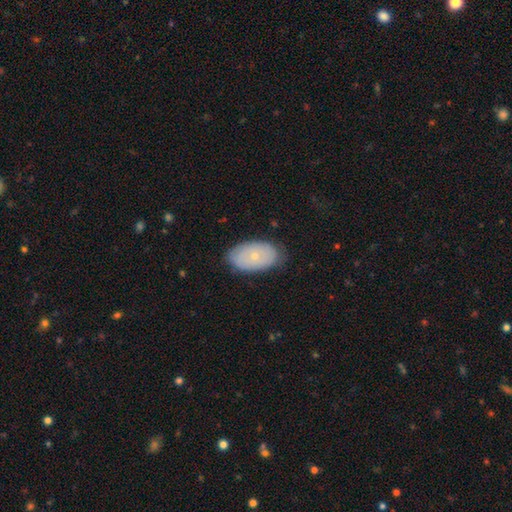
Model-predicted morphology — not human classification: Q: Smooth or featured?
A: smooth (57%); runner-up: featured or disk (36%)
Q: How rounded?
A: in between (92%); runner-up: round (6%)
Q: Merging?
A: none (80%); runner-up: minor disturbance (15%)